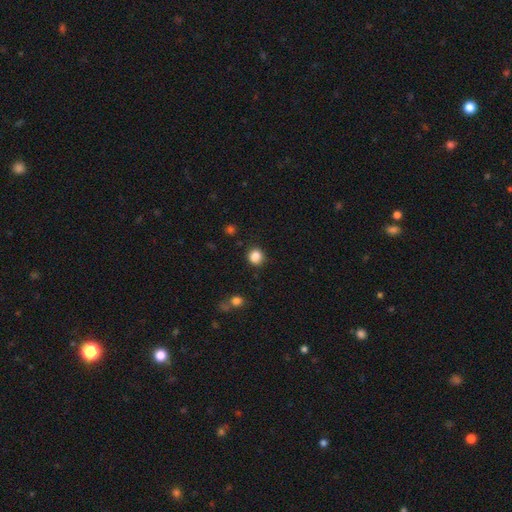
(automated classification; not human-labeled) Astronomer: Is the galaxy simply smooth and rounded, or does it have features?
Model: smooth — 85%.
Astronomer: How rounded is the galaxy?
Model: round — 86%.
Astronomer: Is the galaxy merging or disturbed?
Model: none — 85%.